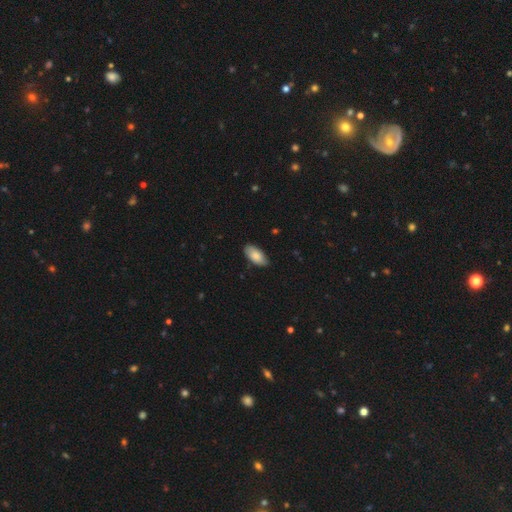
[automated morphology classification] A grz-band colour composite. It shows a smooth galaxy with no disk features (85%) that is in between round and cigar-shaped (93%). Merging: none (83%).